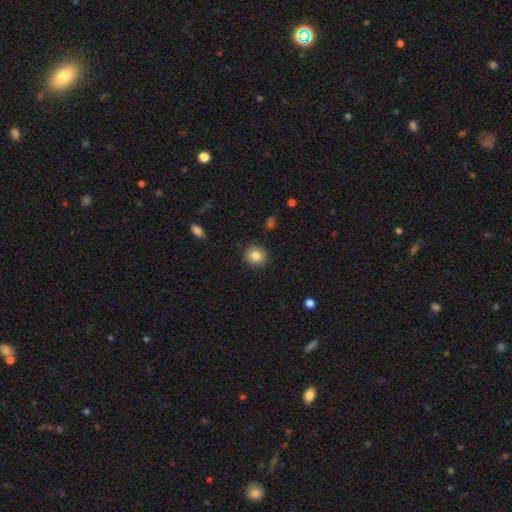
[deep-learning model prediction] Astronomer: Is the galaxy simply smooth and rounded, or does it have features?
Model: smooth — 83%.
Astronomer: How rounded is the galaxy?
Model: round — 91%.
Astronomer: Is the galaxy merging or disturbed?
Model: none — 90%.